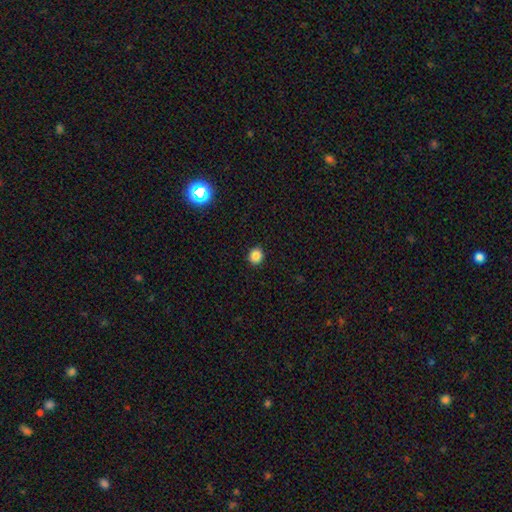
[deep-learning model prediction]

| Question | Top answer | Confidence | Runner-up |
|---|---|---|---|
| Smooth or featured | smooth | 84% | star or artifact (12%) |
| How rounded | round | 86% | in between (13%) |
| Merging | none | 92% | minor disturbance (5%) |